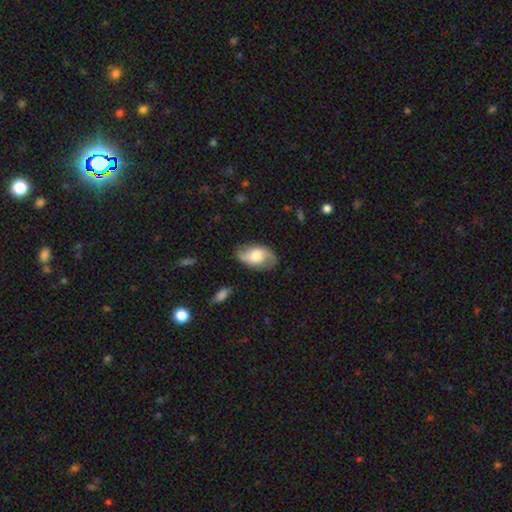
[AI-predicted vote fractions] A featured or disk galaxy (64%) with no bar (58%), 2 (88%) loose (49%) spiral arms (90%) and a moderate central bulge (45%). Merging: none (75%).